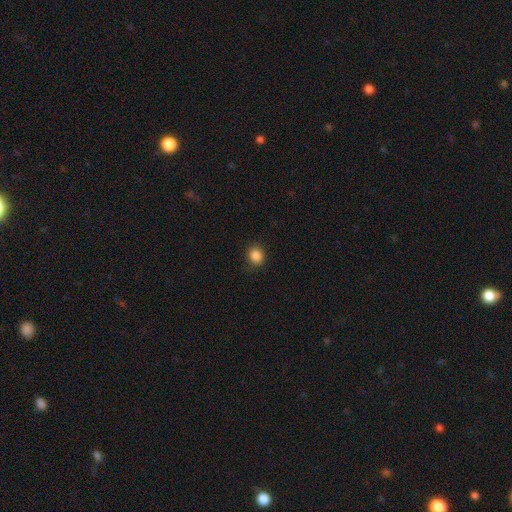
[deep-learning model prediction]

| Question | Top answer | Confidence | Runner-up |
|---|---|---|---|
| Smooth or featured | smooth | 86% | star or artifact (11%) |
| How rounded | round | 76% | in between (23%) |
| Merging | none | 88% | minor disturbance (9%) |